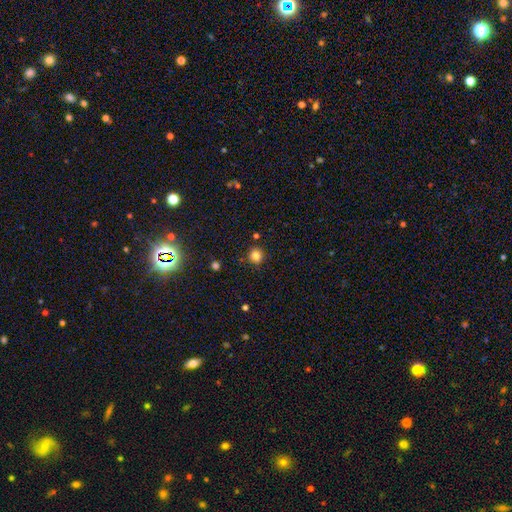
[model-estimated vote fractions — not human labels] A smooth galaxy with no disk features (82%) that is round (89%). Merging: none (87%).